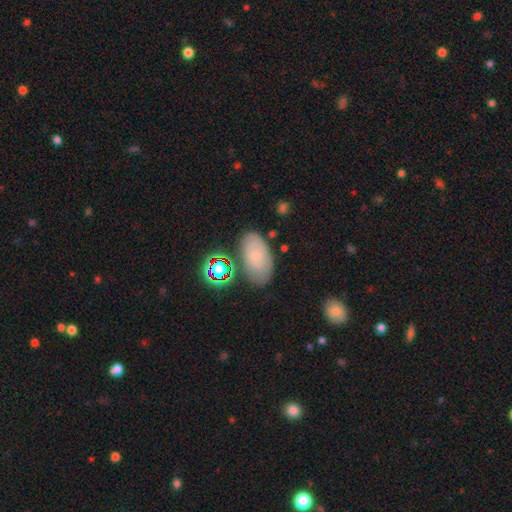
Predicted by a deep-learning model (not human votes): Morphology: type=smooth (54%); roundness=in between (92%); merging=none (73%).